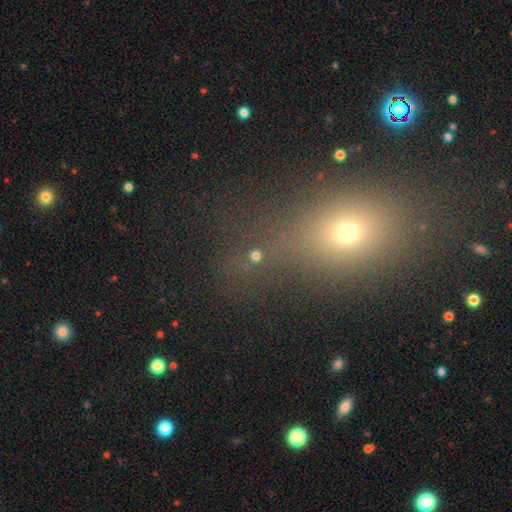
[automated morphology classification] This is possibly a smooth galaxy (49%). Merging: likely none (74%).